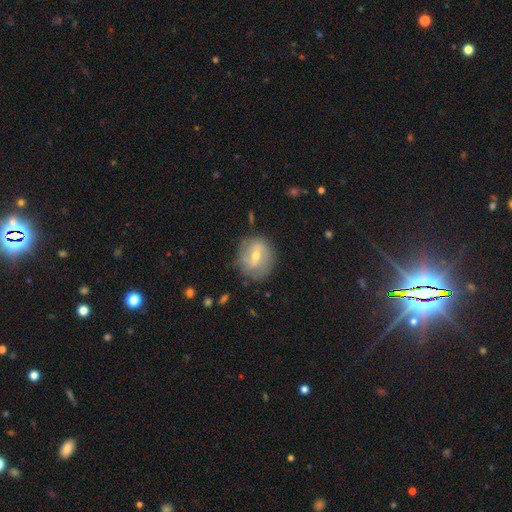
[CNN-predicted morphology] Q: Smooth or featured?
A: featured or disk (56%); runner-up: smooth (37%)
Q: Edge-on disk?
A: no (95%); runner-up: yes (5%)
Q: Bar?
A: weak (54%); runner-up: strong (24%)
Q: Spiral arms?
A: yes (60%); runner-up: no (40%)
Q: Bulge size?
A: moderate (61%); runner-up: small (35%)
Q: Merging?
A: none (76%); runner-up: minor disturbance (16%)